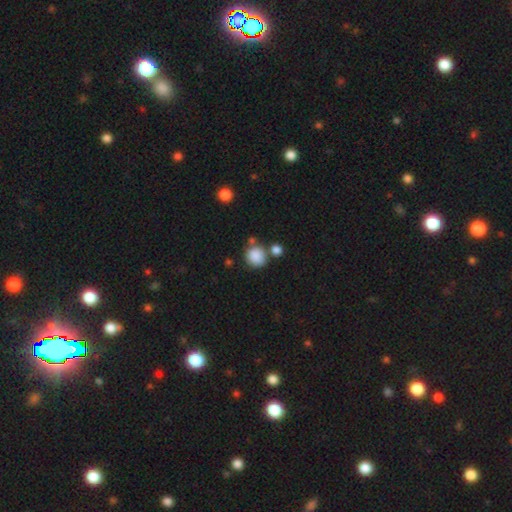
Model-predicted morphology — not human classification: smooth-or-featured: smooth: 86% | star or artifact: 9% | featured or disk: 5%
  how-rounded: round: 87% | in between: 12% | cigar-shaped: 1%
  merging: none: 66% | merger: 18% | minor disturbance: 12% | major disturbance: 4%